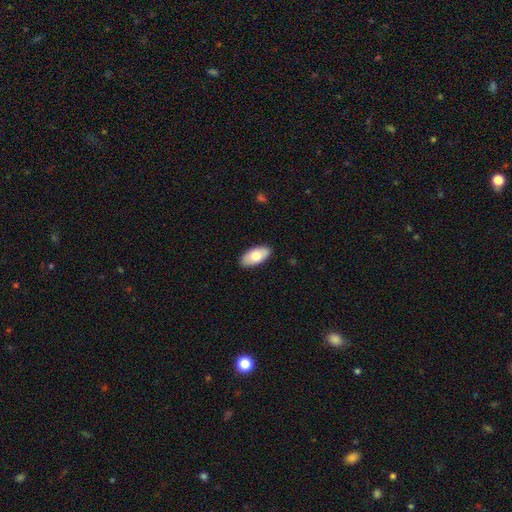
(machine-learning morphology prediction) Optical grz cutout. It shows a smooth galaxy with no disk features (74%) that is in between round and cigar-shaped (94%). Merging: none (89%).